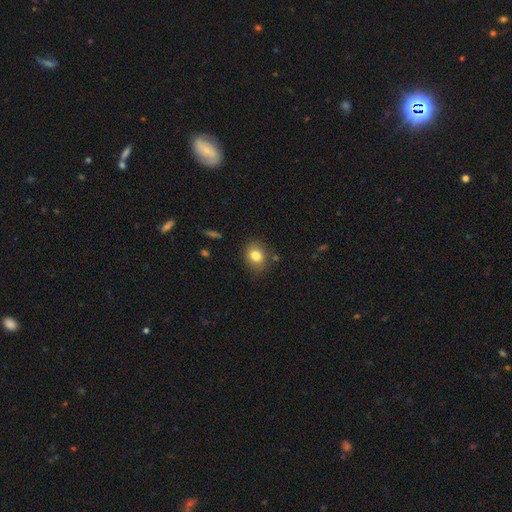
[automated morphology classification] Q: Smooth or featured?
A: smooth (81%); runner-up: star or artifact (10%)
Q: How rounded?
A: round (54%); runner-up: in between (45%)
Q: Merging?
A: none (81%); runner-up: minor disturbance (13%)